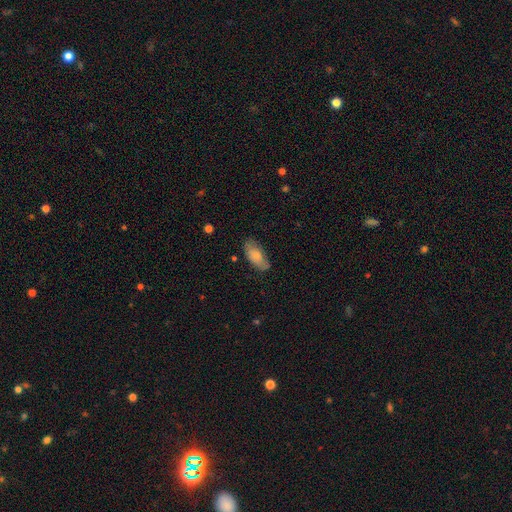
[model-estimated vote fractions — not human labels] This appears to be a smooth galaxy with no disk features (76%) that is in between round and cigar-shaped (89%). Merging: none (71%).